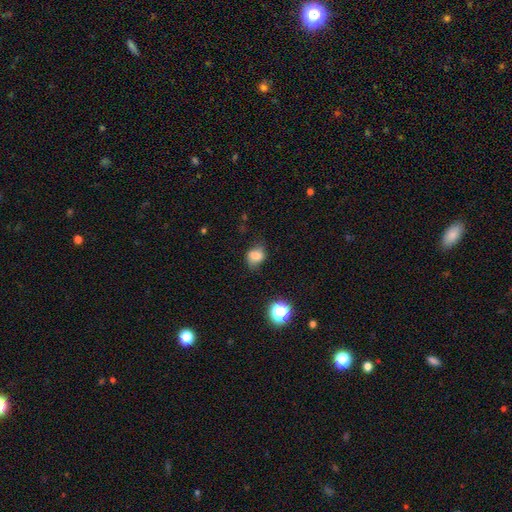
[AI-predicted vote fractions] A smooth galaxy with no disk features (74%) that is in between round and cigar-shaped (53%).

Vote fractions:
- Smooth or featured? smooth: 74% / featured or disk: 14% / star or artifact: 12%
- How rounded? in between: 53% / round: 46% / cigar-shaped: 1%
- Merging? none: 61% / minor disturbance: 28% / major disturbance: 10% / merger: 2%